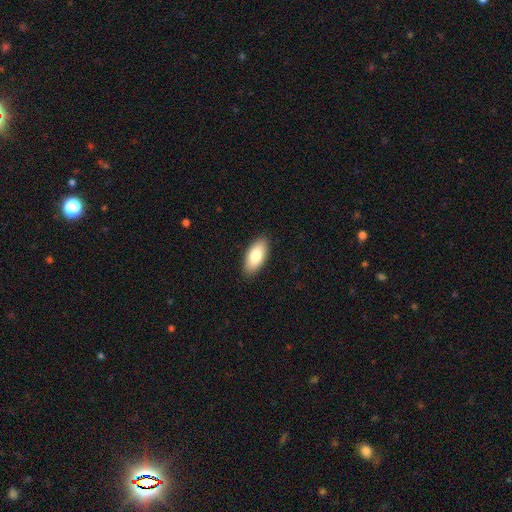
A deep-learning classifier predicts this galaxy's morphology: Smooth or featured? Predicted: smooth (p=0.81). How rounded? Predicted: in between (p=0.90). Merging? Predicted: none (p=0.89).